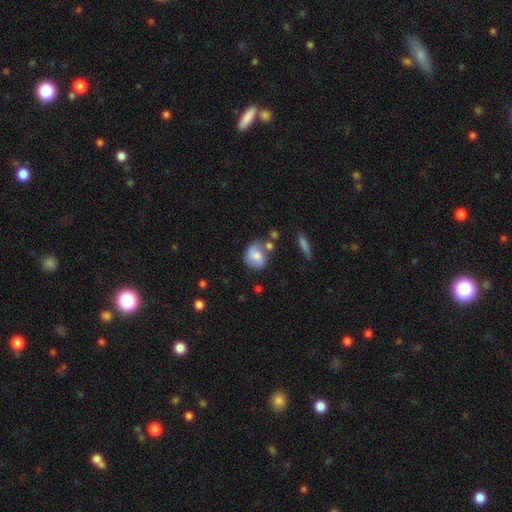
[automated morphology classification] A smooth galaxy with no disk features (64%) that is round (69%).

Vote fractions:
- Smooth or featured? smooth: 64% / featured or disk: 28% / star or artifact: 8%
- How rounded? round: 69% / in between: 29% / cigar-shaped: 1%
- Merging? none: 51% / minor disturbance: 23% / merger: 17% / major disturbance: 9%